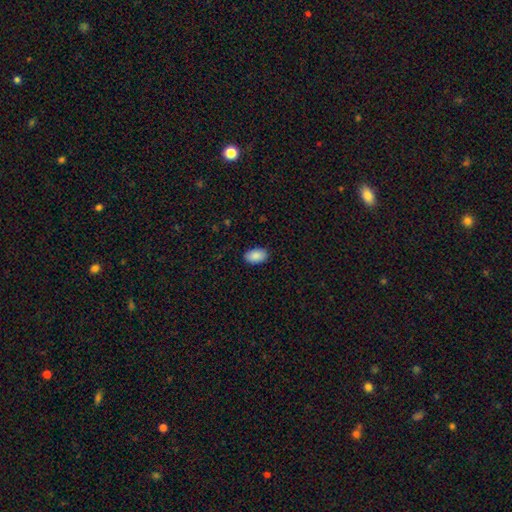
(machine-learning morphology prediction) This is clearly a smooth galaxy (89%). How rounded: clearly in between (93%). Merging: clearly none (88%).